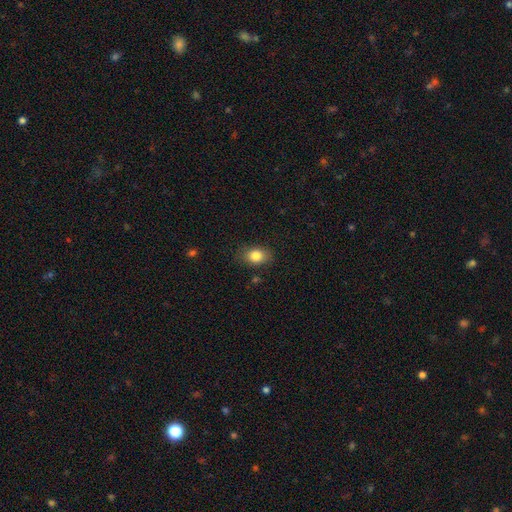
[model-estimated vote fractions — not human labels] smooth_or_featured: smooth (p=0.83) [alt: star or artifact p=0.09]
how_rounded: in between (p=0.73) [alt: round p=0.26]
merging: none (p=0.82) [alt: minor disturbance p=0.13]